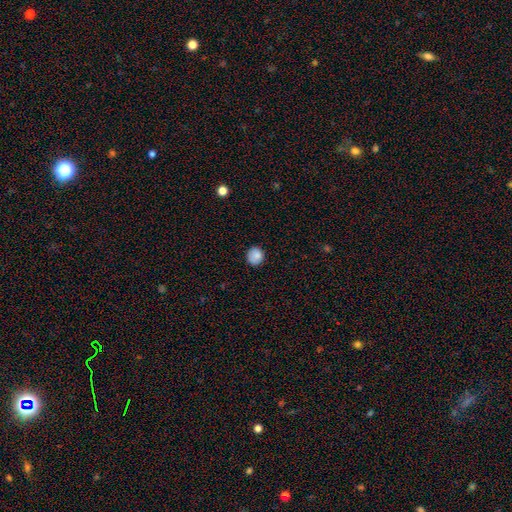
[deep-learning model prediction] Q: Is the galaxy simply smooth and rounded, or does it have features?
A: smooth — 84%.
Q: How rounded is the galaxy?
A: round — 80%.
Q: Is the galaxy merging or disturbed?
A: none — 83%.